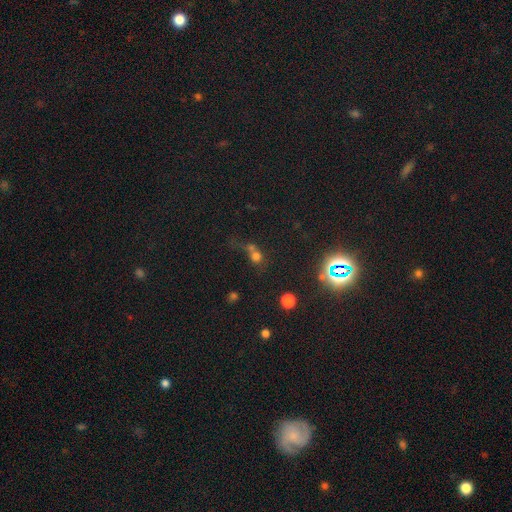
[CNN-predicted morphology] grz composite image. It shows a smooth galaxy with no disk features (59%) that is round (79%). Merging: merger (42%).